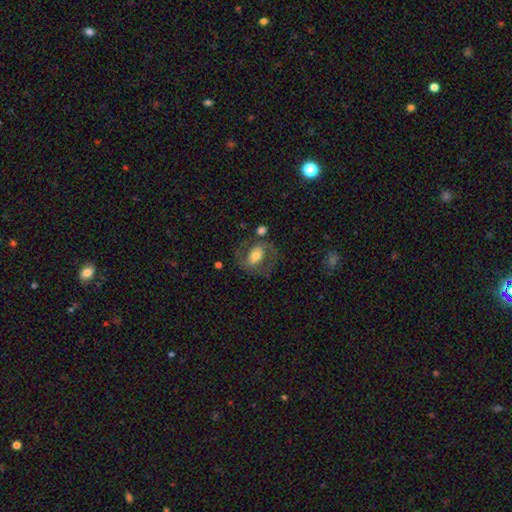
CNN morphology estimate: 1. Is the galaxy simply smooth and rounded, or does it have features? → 53% featured or disk, 40% smooth, 8% star or artifact.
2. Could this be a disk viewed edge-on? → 95% no, 5% yes.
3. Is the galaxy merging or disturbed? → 60% none, 18% minor disturbance, 15% major disturbance, 7% merger.